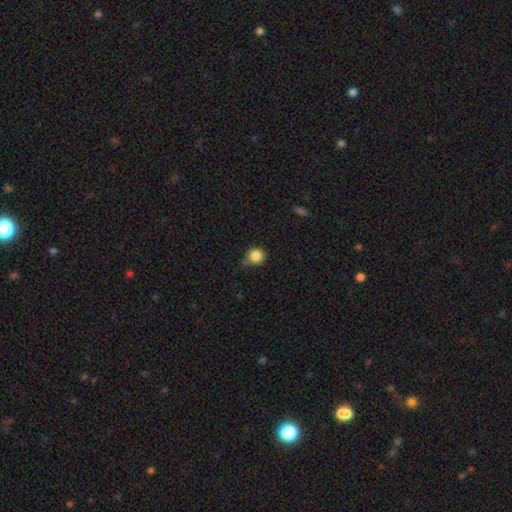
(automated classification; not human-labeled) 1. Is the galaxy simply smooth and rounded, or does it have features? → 85% smooth, 10% star or artifact, 5% featured or disk.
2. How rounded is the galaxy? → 92% round, 7% in between, 1% cigar-shaped.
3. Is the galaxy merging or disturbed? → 62% none, 29% minor disturbance, 6% major disturbance, 4% merger.